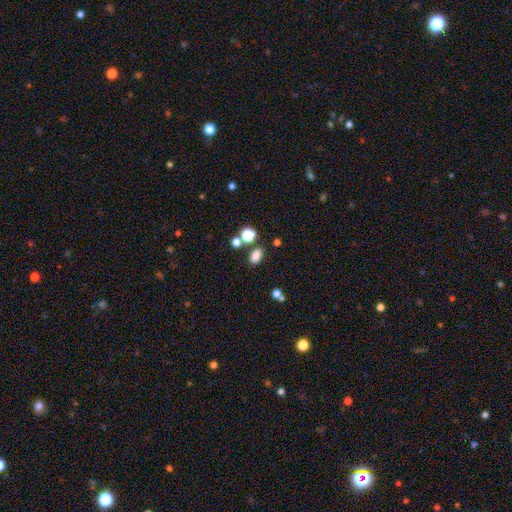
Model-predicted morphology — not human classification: type=smooth (80%); roundness=in between (82%); merging=none (73%).